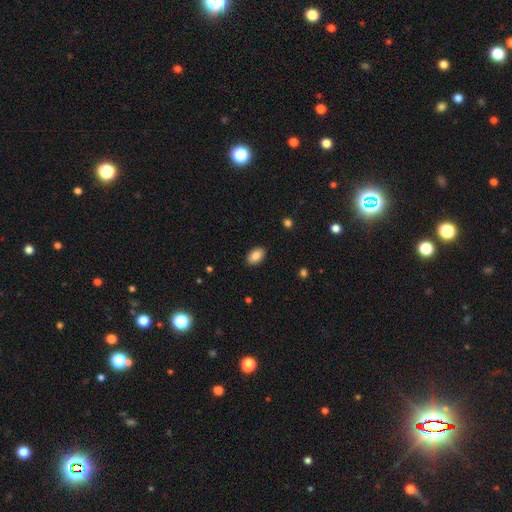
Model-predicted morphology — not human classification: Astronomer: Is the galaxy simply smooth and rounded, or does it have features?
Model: smooth — 85%.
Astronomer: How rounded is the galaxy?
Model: in between — 89%.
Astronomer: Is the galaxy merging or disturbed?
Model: none — 89%.